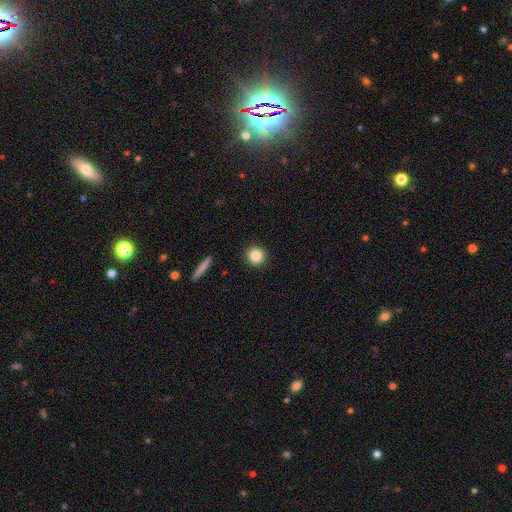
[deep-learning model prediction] Q: Smooth or featured?
A: smooth (84%); runner-up: star or artifact (10%)
Q: How rounded?
A: round (93%); runner-up: in between (6%)
Q: Merging?
A: none (92%); runner-up: minor disturbance (5%)